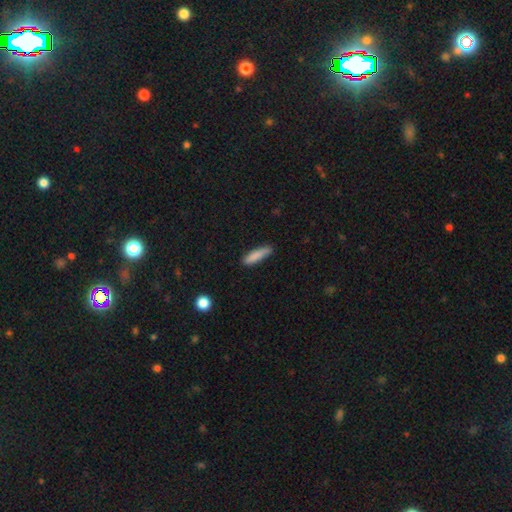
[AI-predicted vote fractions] Overall: smooth (85%). How rounded: cigar-shaped (76%). Merging: none (77%).